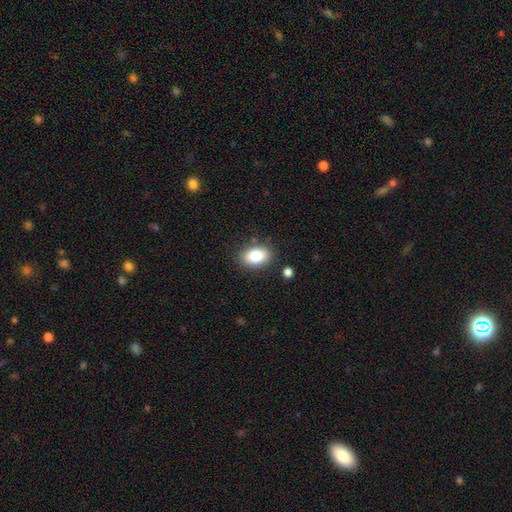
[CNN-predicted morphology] Smooth or featured: smooth — 82% (featured or disk — 10%)
How rounded: in between — 84% (round — 15%)
Merging: none — 84% (minor disturbance — 11%)